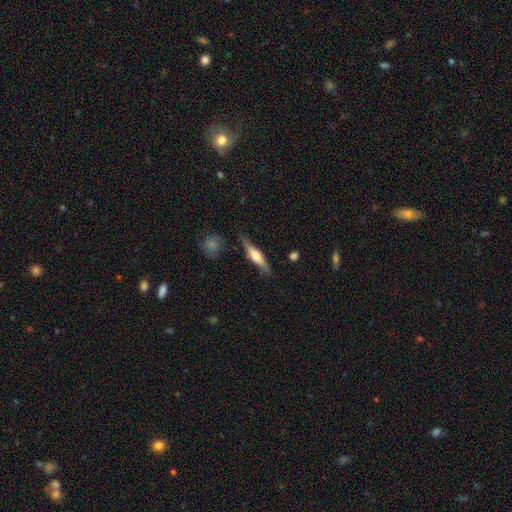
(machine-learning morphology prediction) This appears to be a featured or disk galaxy (55%) viewed edge-on (94%) with a rounded central bulge (88%). Merging: none (79%).